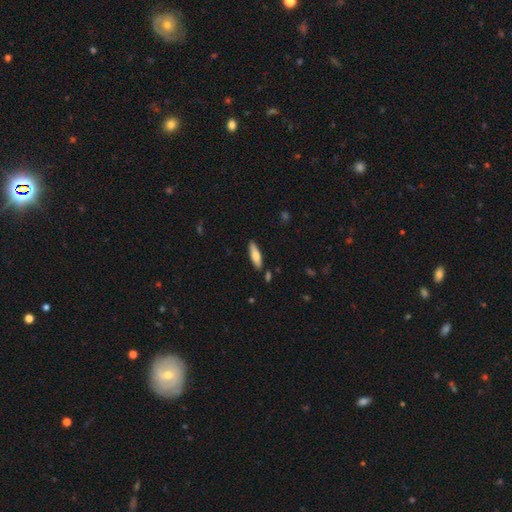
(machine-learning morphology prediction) Smooth or featured: smooth — 72% (featured or disk — 22%)
How rounded: cigar-shaped — 55% (in between — 44%)
Merging: none — 84% (minor disturbance — 11%)